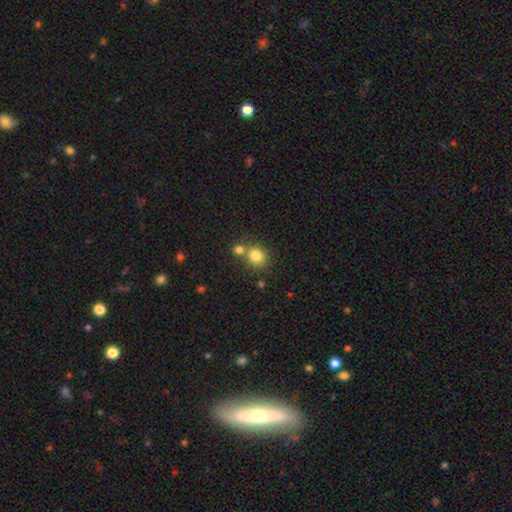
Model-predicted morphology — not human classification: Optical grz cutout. It shows a smooth galaxy with no disk features (81%) that is round (80%). Merging: none (60%).